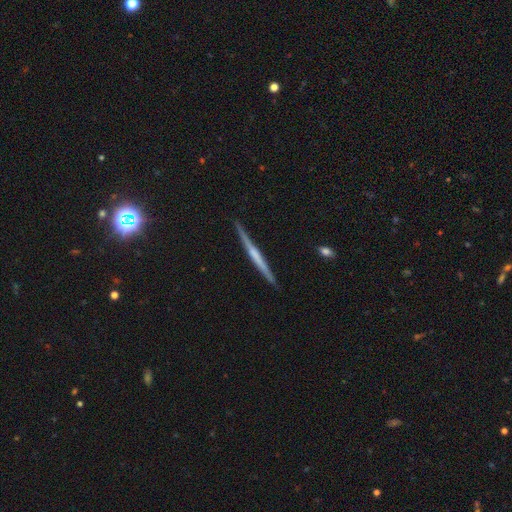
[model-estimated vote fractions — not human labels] Smooth or featured: featured or disk — 68% (smooth — 27%)
Edge-on disk: yes — 98% (no — 2%)
Edge-on bulge: none — 51% (rounded — 34%)
Merging: none — 91% (minor disturbance — 7%)